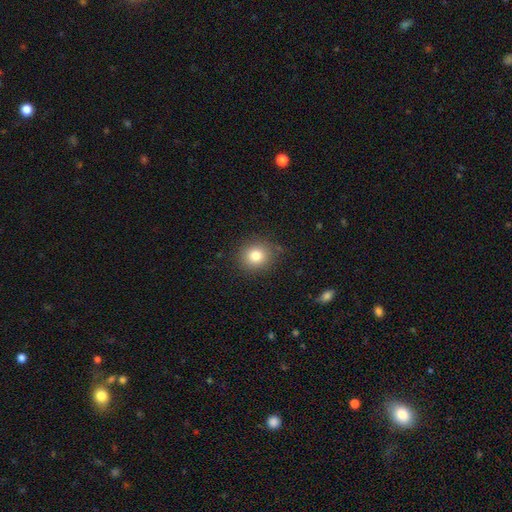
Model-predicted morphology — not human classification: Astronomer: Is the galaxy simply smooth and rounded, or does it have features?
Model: smooth — 81%.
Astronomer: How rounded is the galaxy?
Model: round — 84%.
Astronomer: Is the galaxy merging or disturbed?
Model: none — 86%.